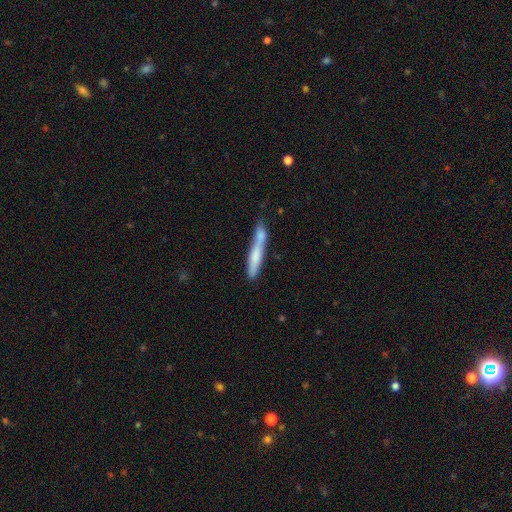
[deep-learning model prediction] A smooth galaxy with no disk features (65%) that is cigar-shaped (91%).

Vote fractions:
- Smooth or featured? smooth: 65% / featured or disk: 29% / star or artifact: 6%
- How rounded? cigar-shaped: 91% / in between: 8% / round: 2%
- Merging? none: 43% / merger: 34% / minor disturbance: 17% / major disturbance: 6%